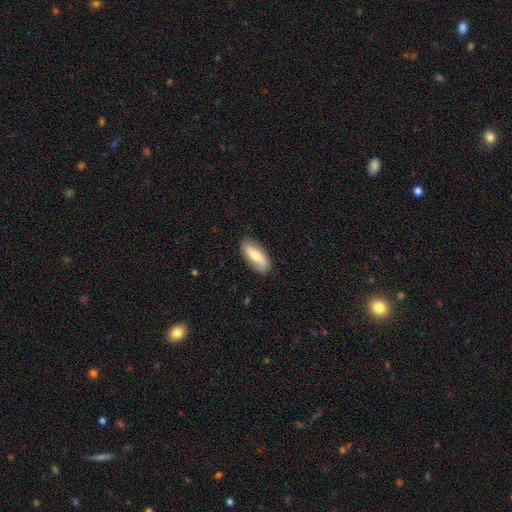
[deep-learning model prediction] Smooth or featured? Predicted: smooth (p=0.66). How rounded? Predicted: in between (p=0.76). Merging? Predicted: none (p=0.84).